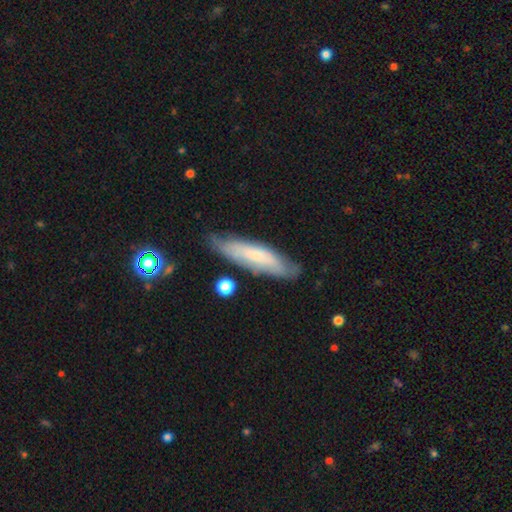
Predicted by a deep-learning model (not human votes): Smooth or featured?
  - smooth: 52% *
  - featured or disk: 41%
  - star or artifact: 7%
How rounded?
  - cigar-shaped: 71% *
  - in between: 28%
  - round: 2%
Merging?
  - none: 74% *
  - minor disturbance: 19%
  - major disturbance: 4%
  - merger: 3%